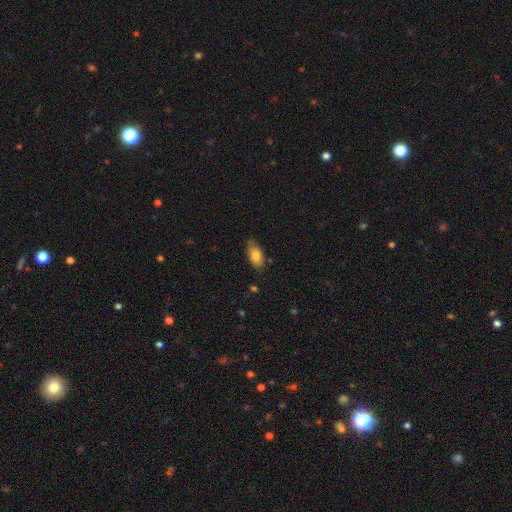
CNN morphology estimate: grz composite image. It shows a smooth galaxy with no disk features (79%) that is in between round and cigar-shaped (90%). Merging: none (67%).